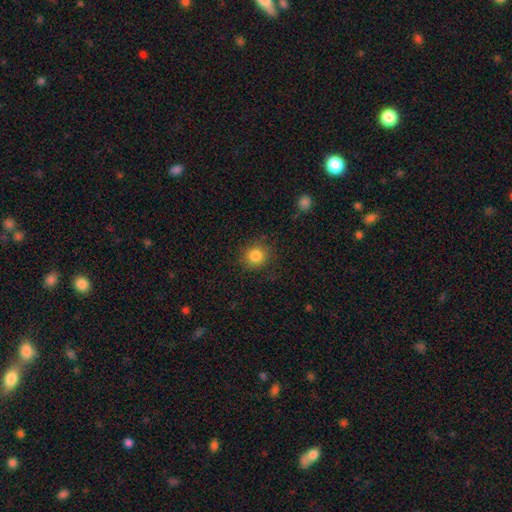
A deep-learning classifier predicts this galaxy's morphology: Smooth or featured: smooth — 84% (star or artifact — 11%)
How rounded: round — 88% (in between — 11%)
Merging: none — 87% (minor disturbance — 9%)